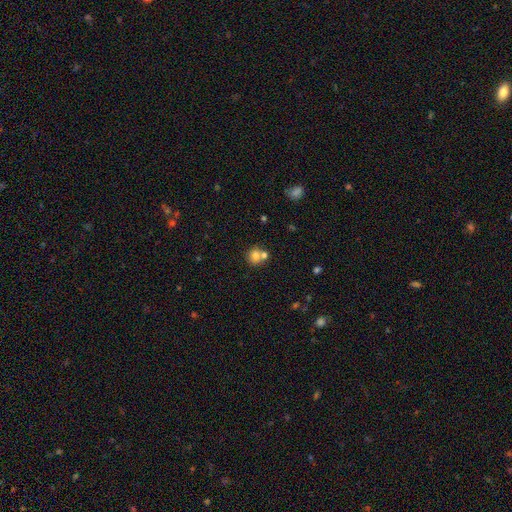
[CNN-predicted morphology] smooth 75%, featured or disk 13%, star or artifact 12%. Down the decision tree: how rounded — round (85%); merging — none (52%).